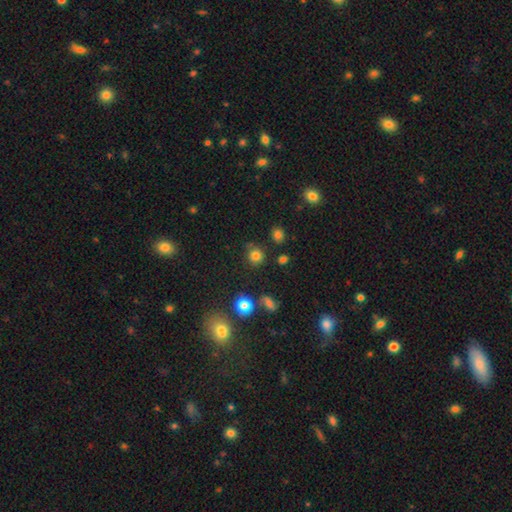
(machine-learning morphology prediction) This is likely a smooth galaxy (79%). How rounded: clearly round (87%). Merging: likely none (76%).